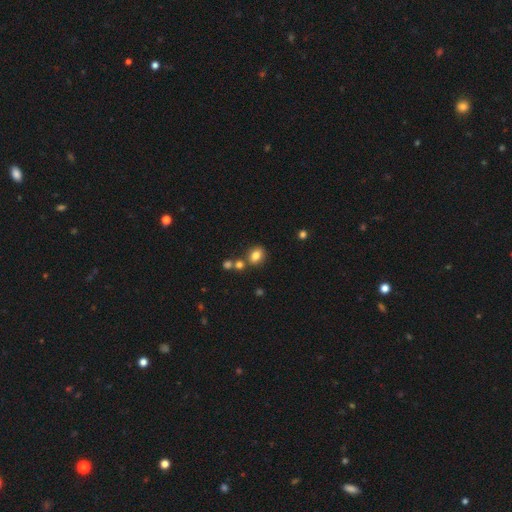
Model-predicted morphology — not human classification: Smooth or featured: smooth — 80% (star or artifact — 12%)
How rounded: in between — 57% (round — 42%)
Merging: none — 68% (merger — 16%)